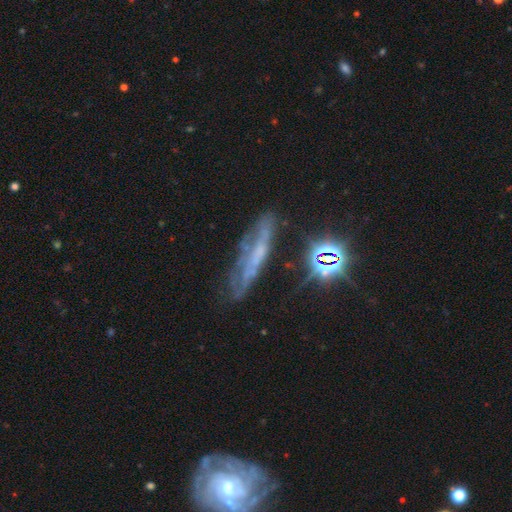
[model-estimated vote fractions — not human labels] Smooth or featured? featured or disk (54%)
Edge-on disk? no (52%)
Merging? none (60%)